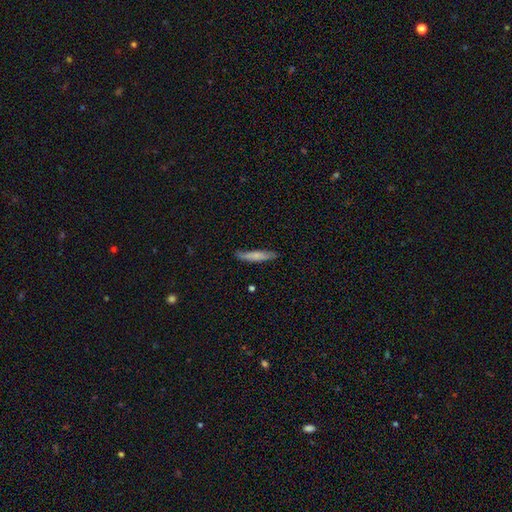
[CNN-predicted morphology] type=smooth (69%); roundness=cigar-shaped (86%); merging=none (80%).